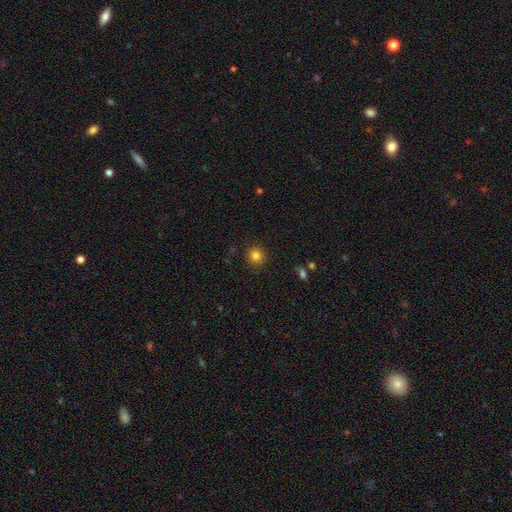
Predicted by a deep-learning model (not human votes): smooth 82%, star or artifact 12%, featured or disk 5%. Down the decision tree: how rounded — round (92%); merging — none (90%).